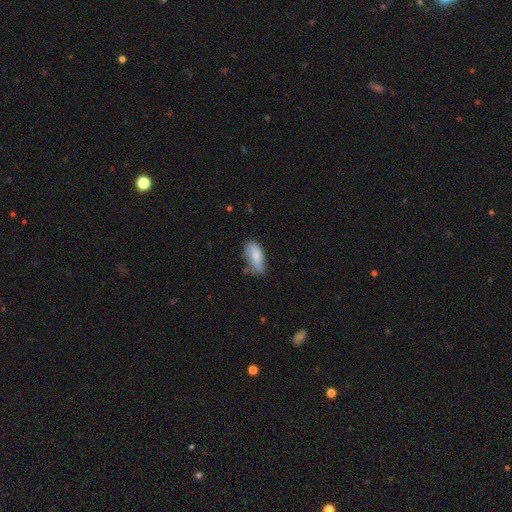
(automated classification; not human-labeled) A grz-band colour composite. It shows a smooth galaxy with no disk features (78%) that is in between round and cigar-shaped (83%). Merging: none (55%).